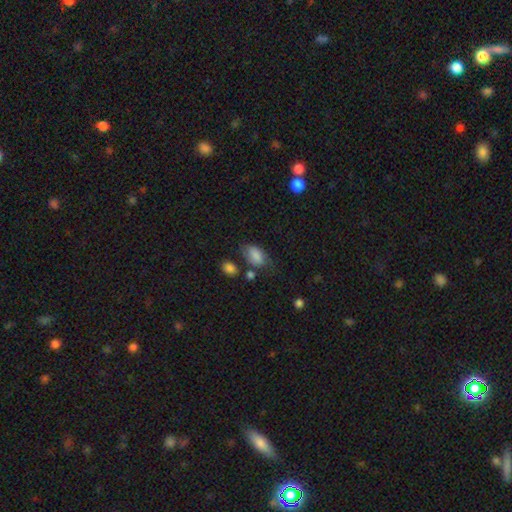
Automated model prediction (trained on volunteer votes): Morphology: type=smooth (81%); roundness=in between (90%); merging=none (51%).